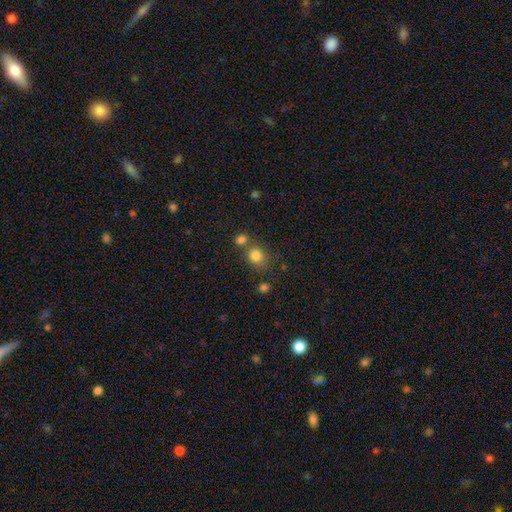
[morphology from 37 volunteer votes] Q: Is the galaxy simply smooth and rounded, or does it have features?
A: smooth — 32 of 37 (86%).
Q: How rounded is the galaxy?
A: round — 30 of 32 (94%).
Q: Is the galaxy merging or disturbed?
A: none — 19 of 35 (54%).